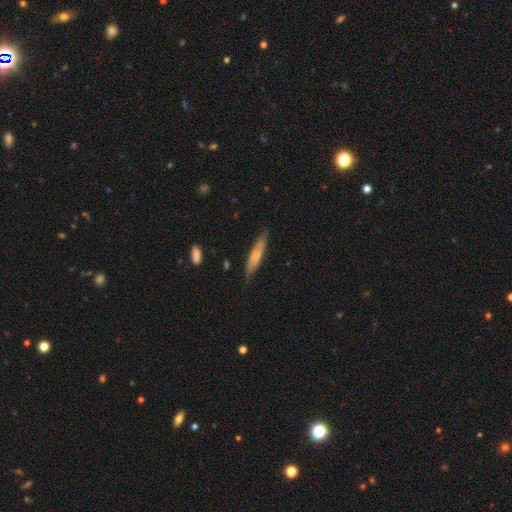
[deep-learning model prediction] smooth_or_featured: smooth (p=0.68) [alt: featured or disk p=0.27]
how_rounded: cigar-shaped (p=0.83) [alt: in between p=0.15]
merging: none (p=0.76) [alt: minor disturbance p=0.19]